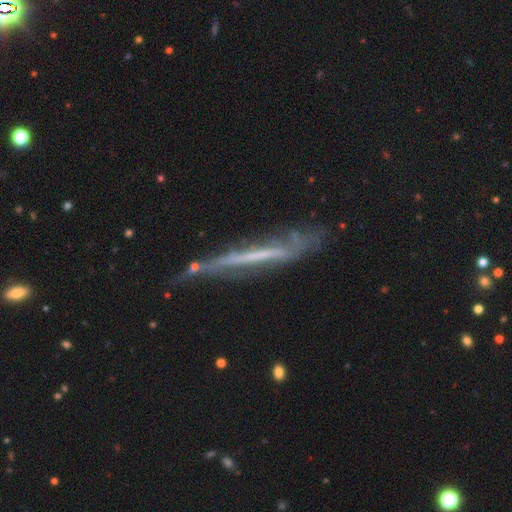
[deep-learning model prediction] Q: Smooth or featured?
A: featured or disk (68%); runner-up: smooth (23%)
Q: Edge-on disk?
A: yes (75%); runner-up: no (25%)
Q: Edge-on bulge?
A: none (83%); runner-up: boxy (9%)
Q: Merging?
A: none (48%); runner-up: minor disturbance (29%)